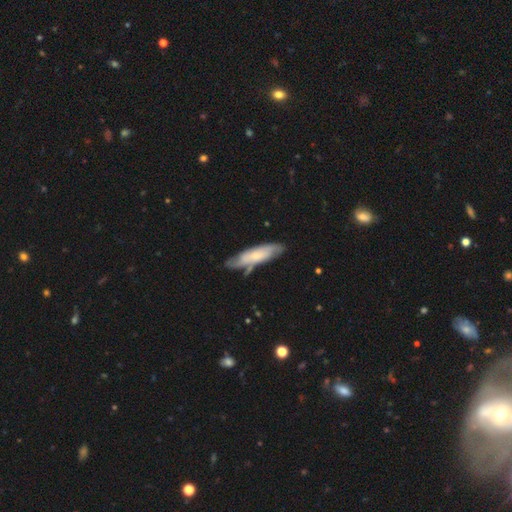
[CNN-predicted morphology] A featured or disk galaxy (47%).

Vote fractions:
- Smooth or featured? featured or disk: 47% / smooth: 46% / star or artifact: 6%
- Merging? none: 65% / minor disturbance: 22% / merger: 7% / major disturbance: 6%